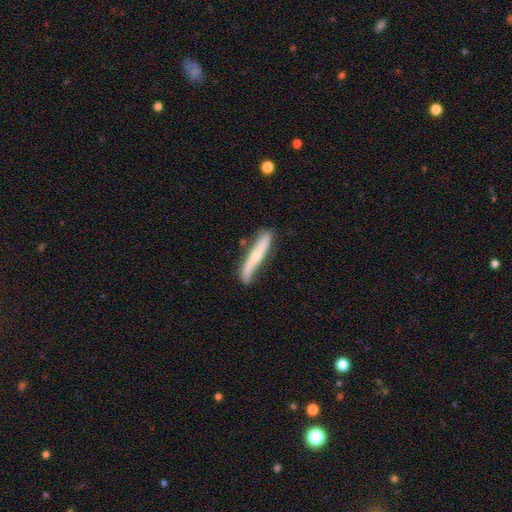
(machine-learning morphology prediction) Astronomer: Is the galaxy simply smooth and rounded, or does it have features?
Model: featured or disk — 61%.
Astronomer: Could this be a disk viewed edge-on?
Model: yes — 71%.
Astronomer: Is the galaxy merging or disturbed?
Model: none — 70%.